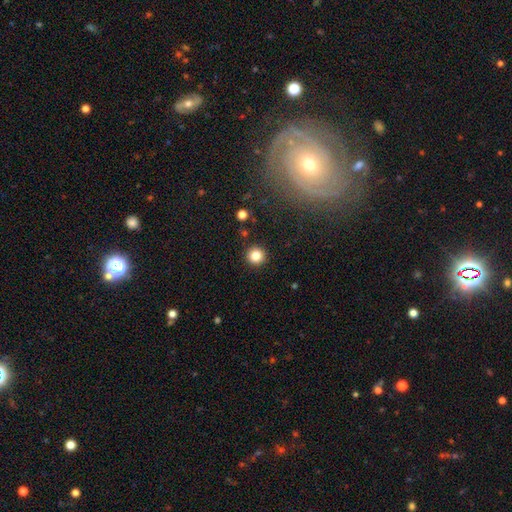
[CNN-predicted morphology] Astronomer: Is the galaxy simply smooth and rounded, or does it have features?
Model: smooth — 84%.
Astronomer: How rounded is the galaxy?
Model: round — 95%.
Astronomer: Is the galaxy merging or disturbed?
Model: none — 92%.